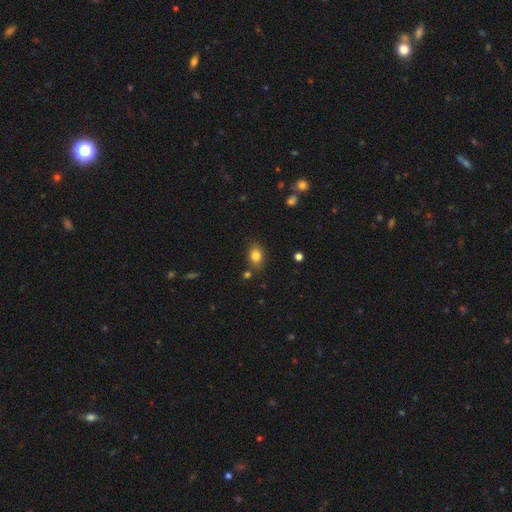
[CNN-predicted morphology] smooth 82%, star or artifact 11%, featured or disk 7%. Down the decision tree: how rounded — in between (66%); merging — none (79%).